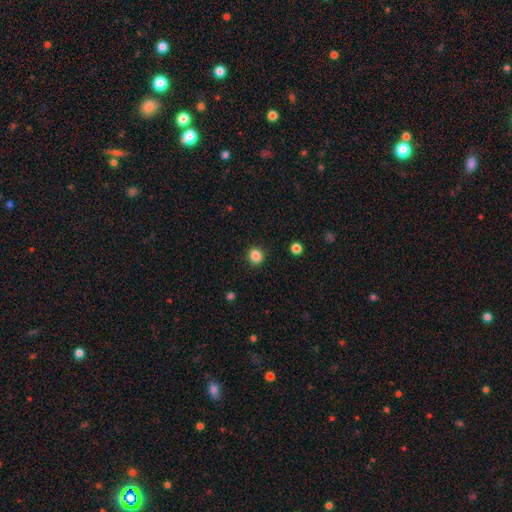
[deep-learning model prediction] A smooth galaxy with no disk features (85%) that is round (91%). Merging: none (92%).